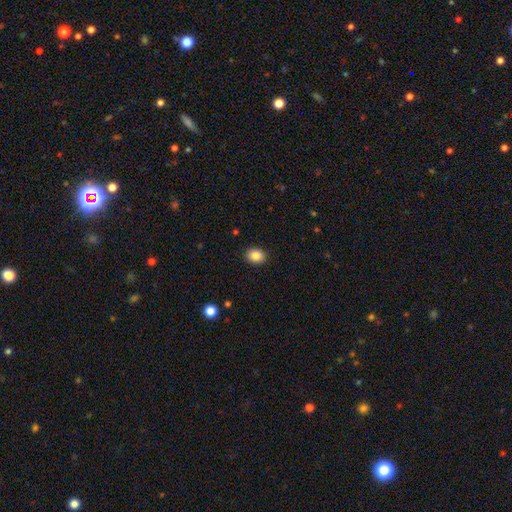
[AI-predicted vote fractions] smooth 87%, star or artifact 9%, featured or disk 4%. Down the decision tree: how rounded — in between (55%); merging — none (90%).